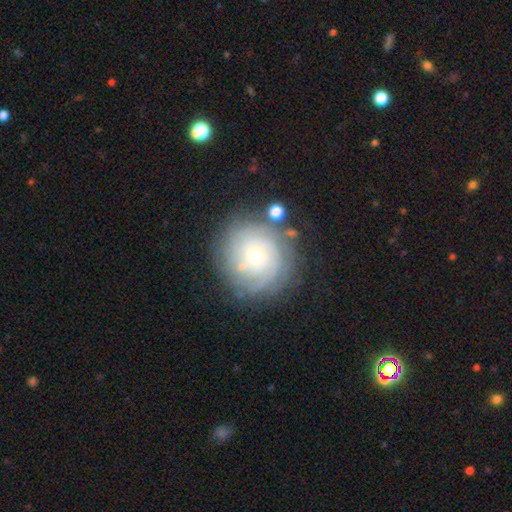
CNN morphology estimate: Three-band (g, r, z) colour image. It shows a featured or disk galaxy (74%) with no bar (83%), tight (79%) spiral arms (91%) and a small central bulge (73%). Merging: none (79%).